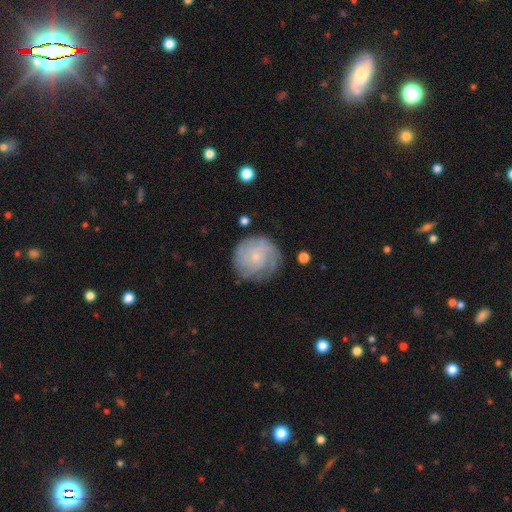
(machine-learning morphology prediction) Smooth or featured?
  - featured or disk: 65% *
  - smooth: 28%
  - star or artifact: 8%
Edge-on disk?
  - no: 98% *
  - yes: 2%
Bar?
  - no: 77% *
  - weak: 21%
  - strong: 2%
Spiral arms?
  - yes: 90% *
  - no: 10%
Spiral winding?
  - tight: 64% *
  - medium: 27%
  - loose: 9%
Spiral arm count?
  - can't tell: 44% *
  - 3: 18%
  - 2: 15%
  - 4: 10%
  - 1: 6%
  - more than 4: 6%
Bulge size?
  - small: 69% *
  - moderate: 17%
  - none: 11%
  - large: 1%
  - dominant: 1%
Merging?
  - none: 75% *
  - minor disturbance: 17%
  - major disturbance: 7%
  - merger: 2%